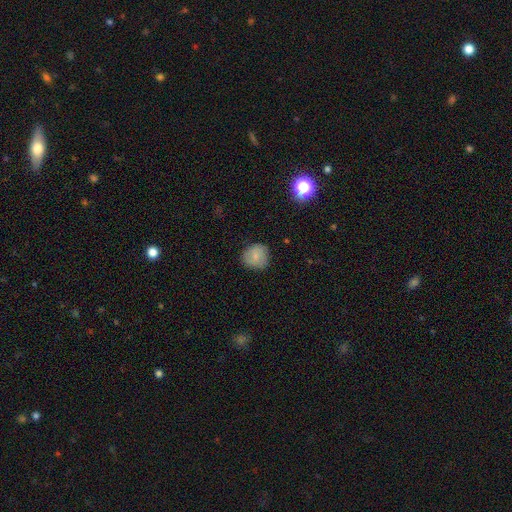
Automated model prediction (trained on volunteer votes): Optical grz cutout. It shows a smooth galaxy with no disk features (76%) that is round (86%). Merging: none (79%).